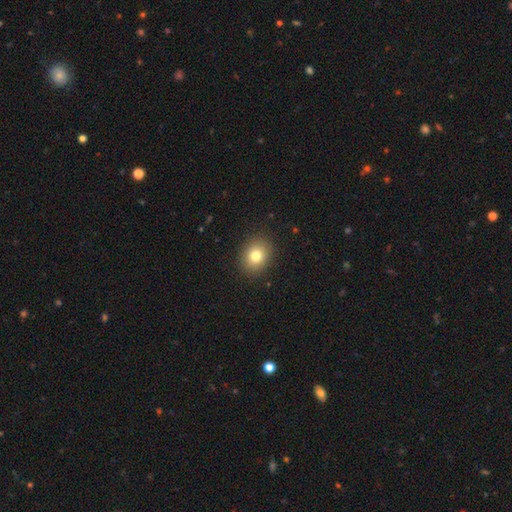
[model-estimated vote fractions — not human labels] This appears to be a smooth galaxy with no disk features (79%) that is round (59%). Merging: none (89%).